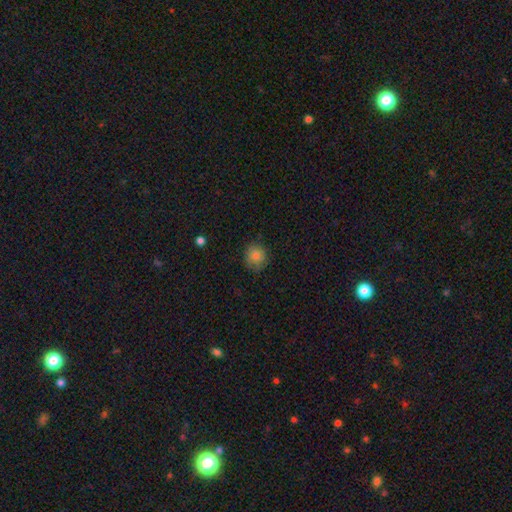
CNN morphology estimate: Smooth or featured?
  - smooth: 82% *
  - star or artifact: 10%
  - featured or disk: 8%
How rounded?
  - round: 83% *
  - in between: 16%
  - cigar-shaped: 1%
Merging?
  - none: 77% *
  - minor disturbance: 18%
  - major disturbance: 4%
  - merger: 1%